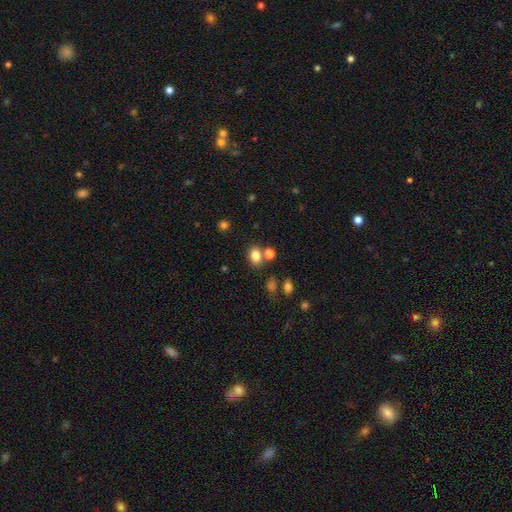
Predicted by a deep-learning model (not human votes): smooth 80%, star or artifact 13%, featured or disk 7%. Down the decision tree: how rounded — in between (58%); merging — none (66%).